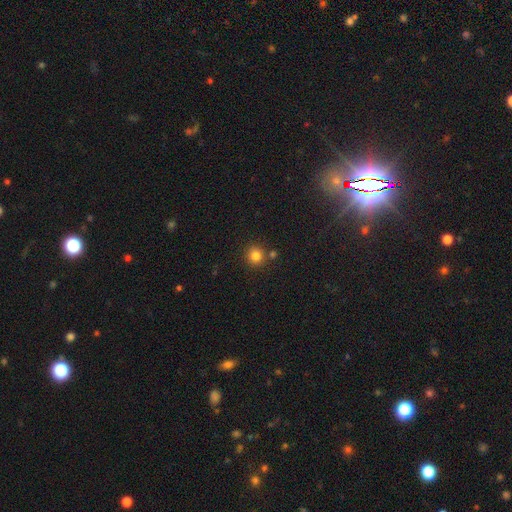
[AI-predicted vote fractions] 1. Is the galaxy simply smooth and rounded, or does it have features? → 82% smooth, 13% star or artifact, 5% featured or disk.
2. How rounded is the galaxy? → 90% round, 9% in between, 1% cigar-shaped.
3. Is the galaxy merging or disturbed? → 79% none, 10% merger, 8% minor disturbance, 2% major disturbance.